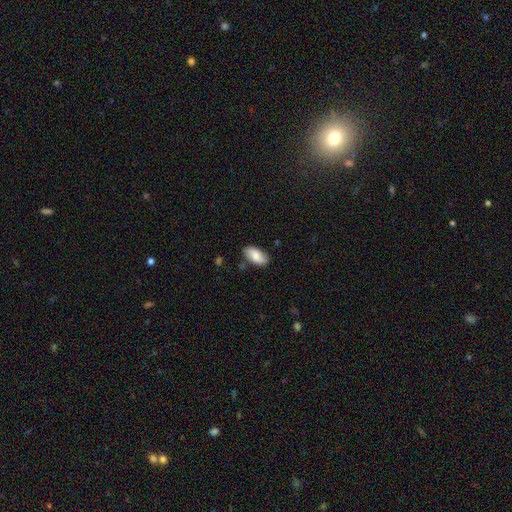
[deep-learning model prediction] A smooth galaxy with no disk features (79%) that is in between round and cigar-shaped (94%).

Vote fractions:
- Smooth or featured? smooth: 79% / featured or disk: 15% / star or artifact: 6%
- How rounded? in between: 94% / cigar-shaped: 4% / round: 3%
- Merging? none: 79% / minor disturbance: 16% / major disturbance: 3% / merger: 3%